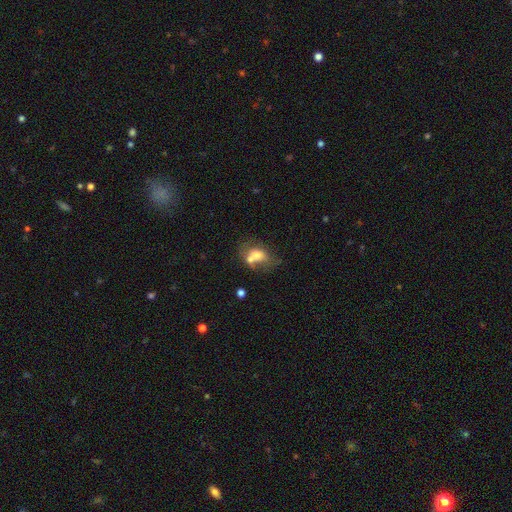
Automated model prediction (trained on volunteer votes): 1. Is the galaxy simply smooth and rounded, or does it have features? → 60% smooth, 30% featured or disk, 10% star or artifact.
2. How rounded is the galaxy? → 67% in between, 31% round, 2% cigar-shaped.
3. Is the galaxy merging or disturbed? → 48% merger, 27% none, 15% minor disturbance, 10% major disturbance.